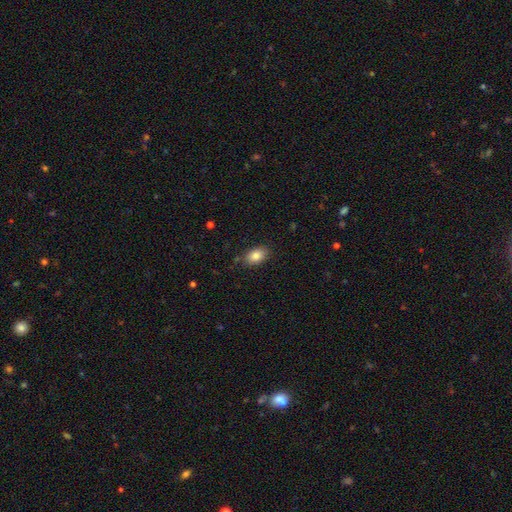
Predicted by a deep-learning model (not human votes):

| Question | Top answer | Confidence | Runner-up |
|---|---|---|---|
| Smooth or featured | smooth | 84% | star or artifact (8%) |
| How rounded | in between | 87% | round (11%) |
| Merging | none | 83% | minor disturbance (12%) |